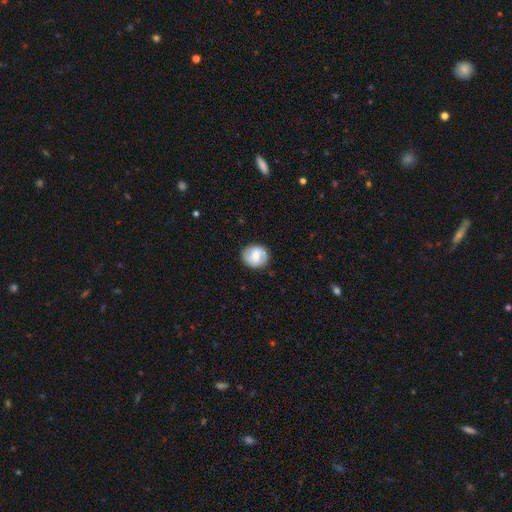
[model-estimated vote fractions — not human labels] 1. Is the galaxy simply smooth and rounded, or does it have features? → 47% smooth, 45% featured or disk, 7% star or artifact.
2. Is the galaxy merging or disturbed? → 86% none, 10% minor disturbance, 3% major disturbance, 1% merger.